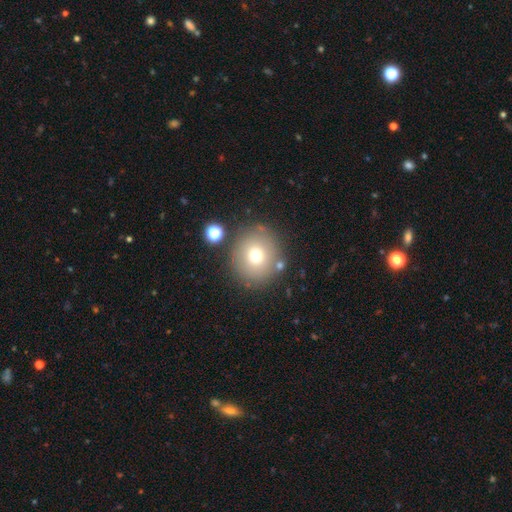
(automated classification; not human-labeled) smooth-or-featured: smooth: 70% | featured or disk: 15% | star or artifact: 14%
  how-rounded: round: 91% | in between: 8% | cigar-shaped: 1%
  merging: none: 81% | minor disturbance: 9% | merger: 5% | major disturbance: 4%